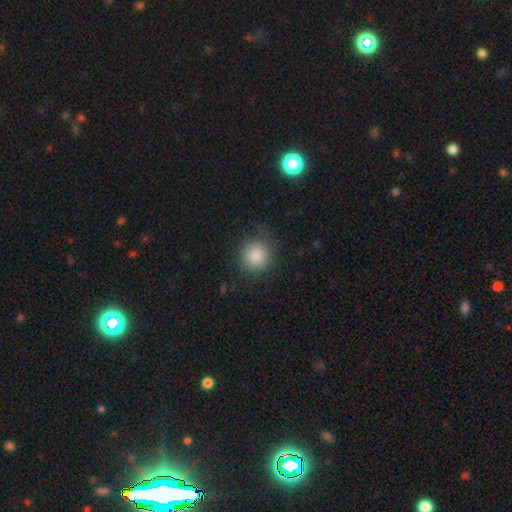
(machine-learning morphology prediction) Smooth or featured? smooth (87%)
How rounded? round (91%)
Merging? none (76%)